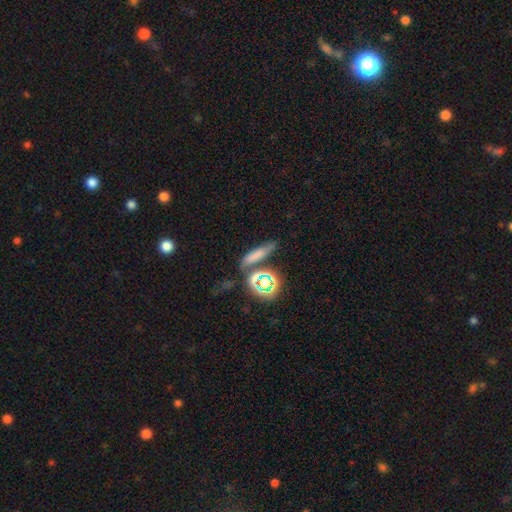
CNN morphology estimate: A smooth galaxy with no disk features (64%) that is cigar-shaped (57%). Merging: none (64%).